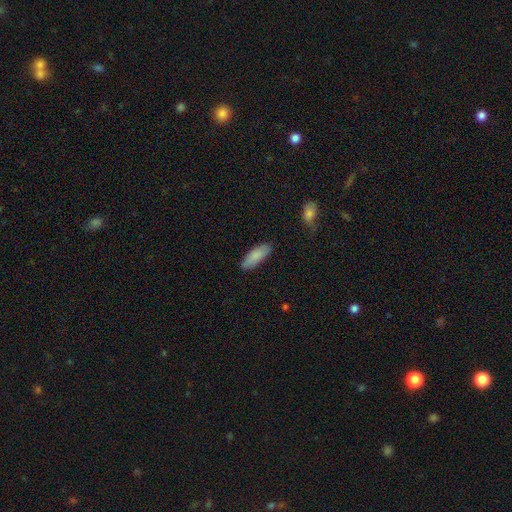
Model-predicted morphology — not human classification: smooth-or-featured: smooth: 86% | featured or disk: 8% | star or artifact: 6%
  how-rounded: in between: 67% | cigar-shaped: 31% | round: 2%
  merging: none: 85% | minor disturbance: 11% | major disturbance: 2% | merger: 1%